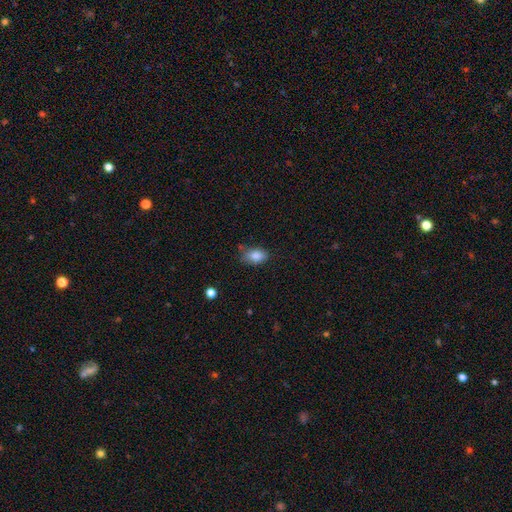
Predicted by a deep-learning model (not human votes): Smooth or featured: smooth — 85% (star or artifact — 8%)
How rounded: in between — 86% (round — 12%)
Merging: none — 68% (minor disturbance — 23%)